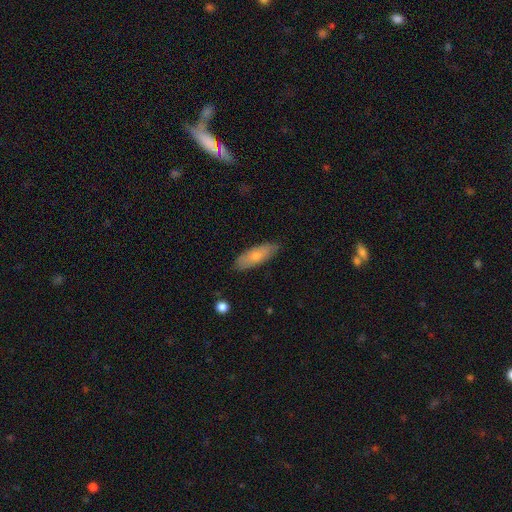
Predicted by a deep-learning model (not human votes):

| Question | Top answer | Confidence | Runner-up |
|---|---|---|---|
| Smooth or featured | smooth | 71% | featured or disk (24%) |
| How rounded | in between | 69% | cigar-shaped (29%) |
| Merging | none | 81% | minor disturbance (15%) |